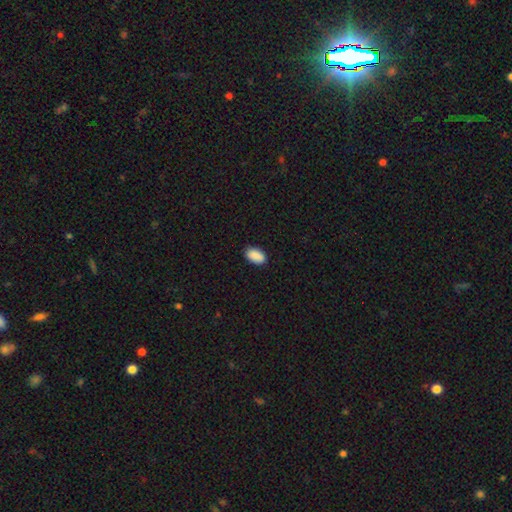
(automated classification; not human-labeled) smooth 91%, star or artifact 7%, featured or disk 3%. Down the decision tree: how rounded — in between (94%); merging — none (88%).